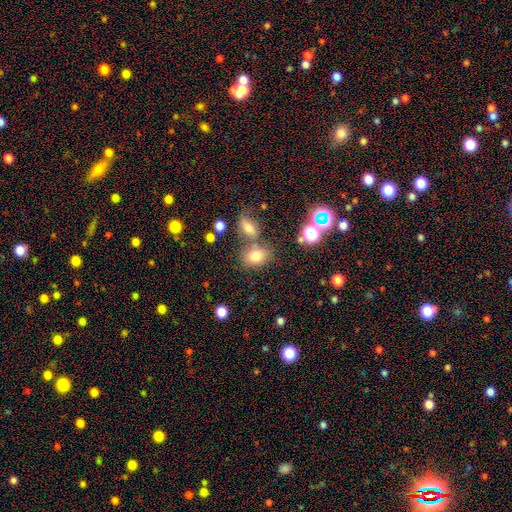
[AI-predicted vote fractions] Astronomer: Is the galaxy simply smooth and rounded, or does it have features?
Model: smooth — 76%.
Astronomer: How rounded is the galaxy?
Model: in between — 69%.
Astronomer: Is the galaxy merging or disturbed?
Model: none — 57%.